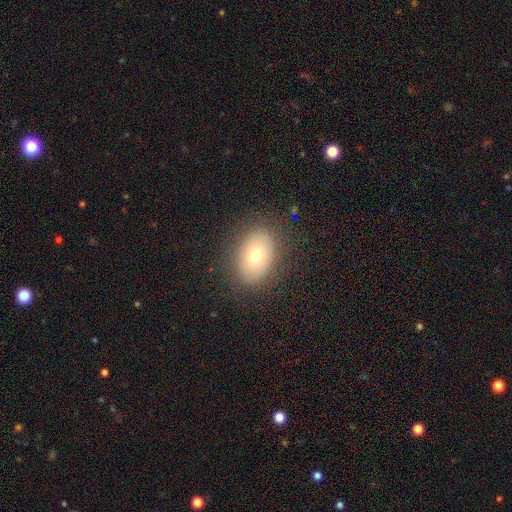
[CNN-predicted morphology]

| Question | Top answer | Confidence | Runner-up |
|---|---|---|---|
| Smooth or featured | smooth | 68% | featured or disk (21%) |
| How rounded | in between | 80% | round (18%) |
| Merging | none | 83% | minor disturbance (11%) |